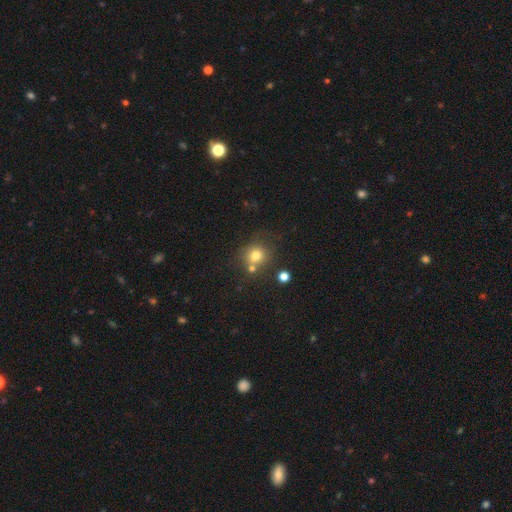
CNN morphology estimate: A smooth galaxy with no disk features (75%) that is round (81%). Merging: none (60%).